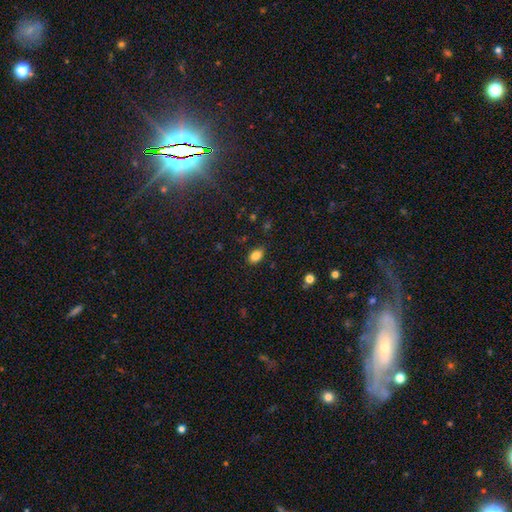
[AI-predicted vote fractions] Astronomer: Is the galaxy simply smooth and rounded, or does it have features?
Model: smooth — 84%.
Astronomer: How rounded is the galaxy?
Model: in between — 84%.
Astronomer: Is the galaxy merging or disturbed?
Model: none — 80%.